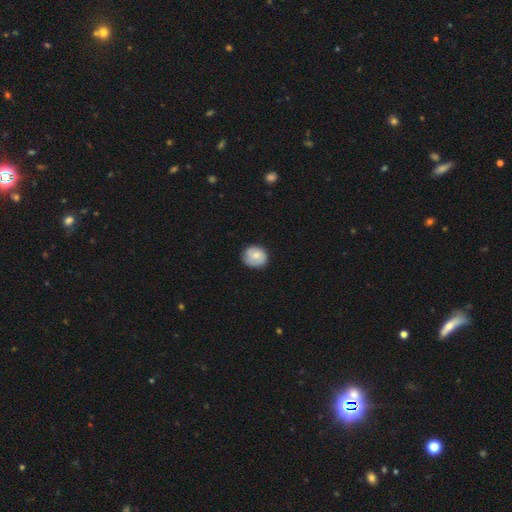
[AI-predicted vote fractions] Smooth or featured? Predicted: smooth (p=0.67). How rounded? Predicted: round (p=0.80). Merging? Predicted: none (p=0.79).